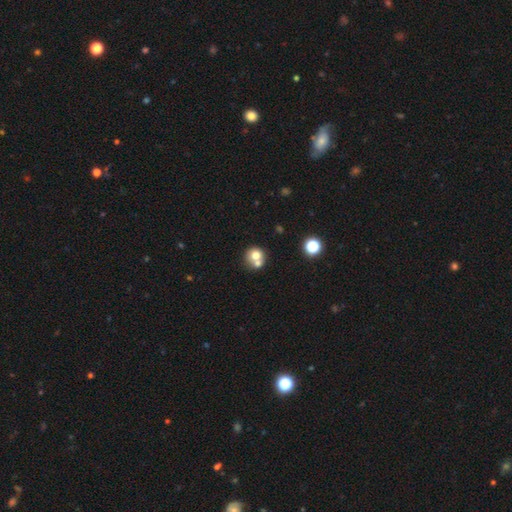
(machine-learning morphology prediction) Smooth or featured? Predicted: smooth (p=0.71). How rounded? Predicted: round (p=0.88). Merging? Predicted: none (p=0.46).